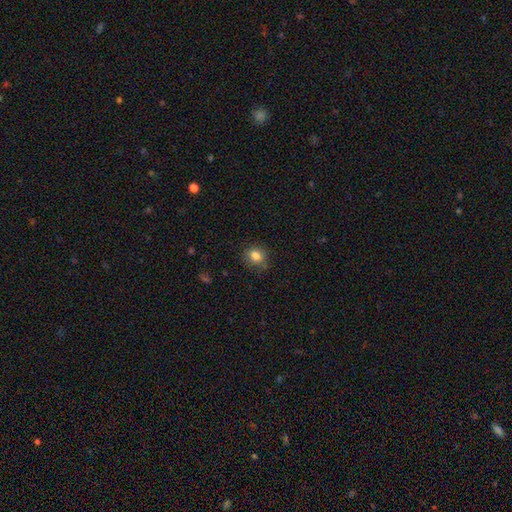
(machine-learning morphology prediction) smooth-or-featured: smooth: 83% | star or artifact: 11% | featured or disk: 6%
  how-rounded: round: 64% | in between: 35% | cigar-shaped: 1%
  merging: none: 79% | minor disturbance: 16% | major disturbance: 4% | merger: 1%